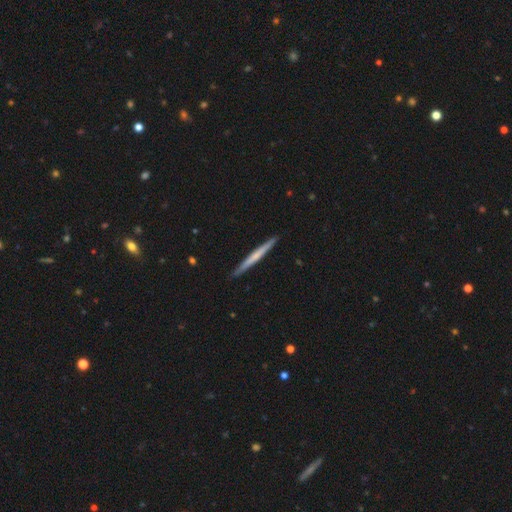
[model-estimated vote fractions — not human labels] featured or disk 49%, smooth 46%, star or artifact 5%. Down the decision tree: merging — none (91%).